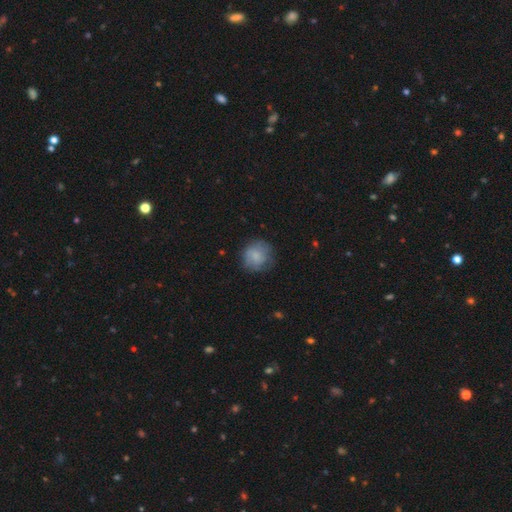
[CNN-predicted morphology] Smooth or featured? Predicted: smooth (p=0.66). How rounded? Predicted: round (p=0.86). Merging? Predicted: none (p=0.71).